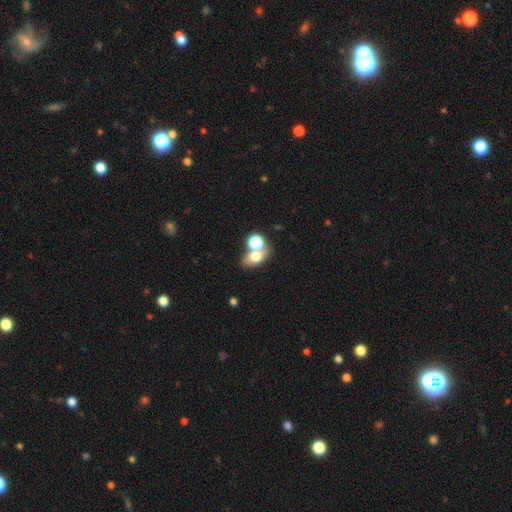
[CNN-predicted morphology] Smooth or featured? smooth (70%)
How rounded? in between (70%)
Merging? none (42%, tied with merger)